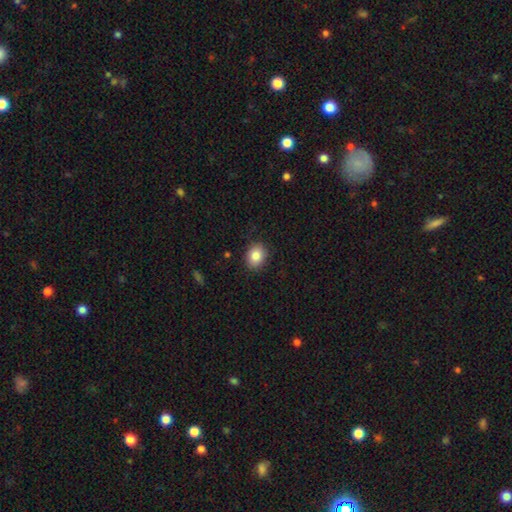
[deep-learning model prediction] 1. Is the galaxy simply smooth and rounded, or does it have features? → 84% smooth, 9% star or artifact, 7% featured or disk.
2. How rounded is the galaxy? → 50% round, 49% in between, 1% cigar-shaped.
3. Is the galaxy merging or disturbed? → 86% none, 11% minor disturbance, 3% major disturbance, 1% merger.